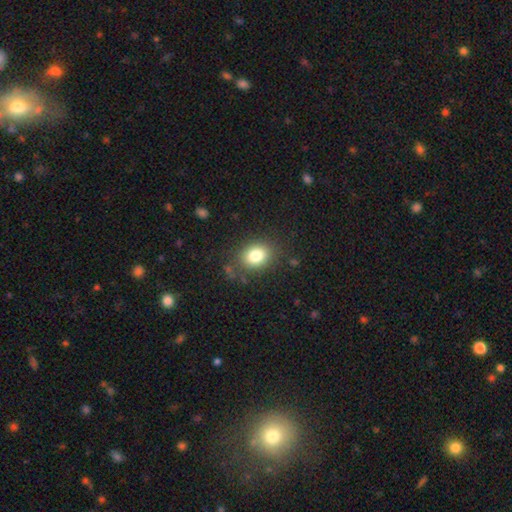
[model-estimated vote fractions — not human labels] Smooth or featured: smooth — 81% (star or artifact — 11%)
How rounded: in between — 55% (round — 44%)
Merging: none — 80% (minor disturbance — 13%)